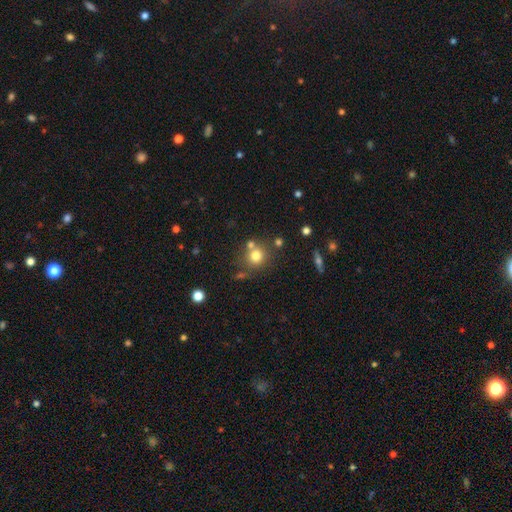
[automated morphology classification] Smooth or featured?
  - smooth: 76% *
  - star or artifact: 13%
  - featured or disk: 11%
How rounded?
  - round: 89% *
  - in between: 10%
  - cigar-shaped: 1%
Merging?
  - none: 67% *
  - merger: 19%
  - minor disturbance: 10%
  - major disturbance: 4%